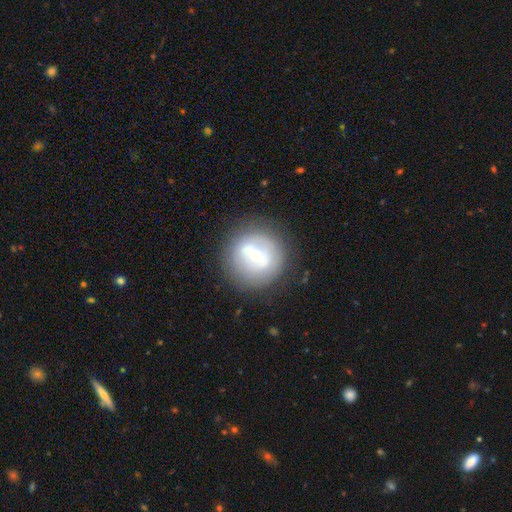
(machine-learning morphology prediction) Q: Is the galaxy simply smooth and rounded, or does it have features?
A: featured or disk — 49%.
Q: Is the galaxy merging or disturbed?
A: none — 79%.